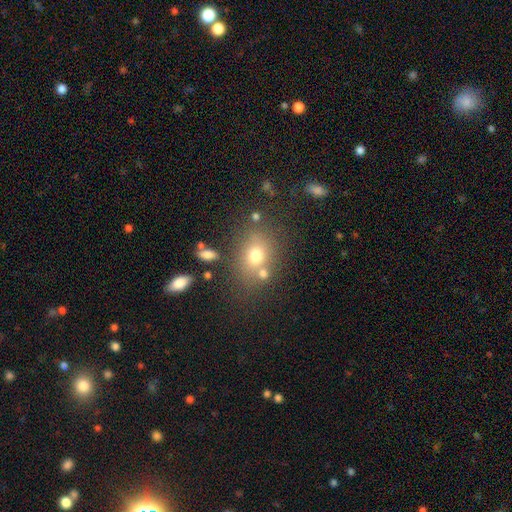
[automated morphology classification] This appears to be a smooth galaxy with no disk features (70%) that is in between round and cigar-shaped (55%). Merging: none (65%).